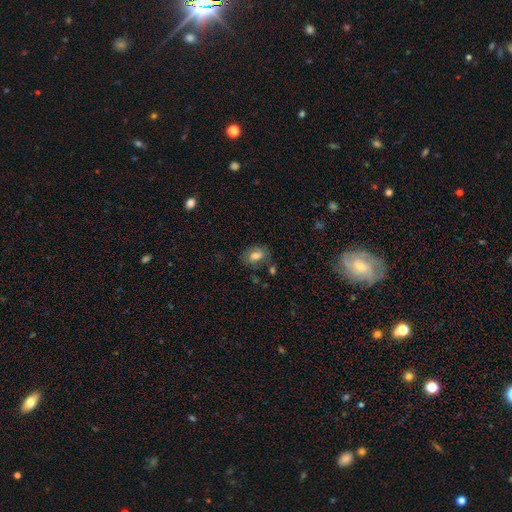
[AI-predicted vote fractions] This appears to be a smooth galaxy with no disk features (71%) that is in between round and cigar-shaped (83%). Merging: none (63%).